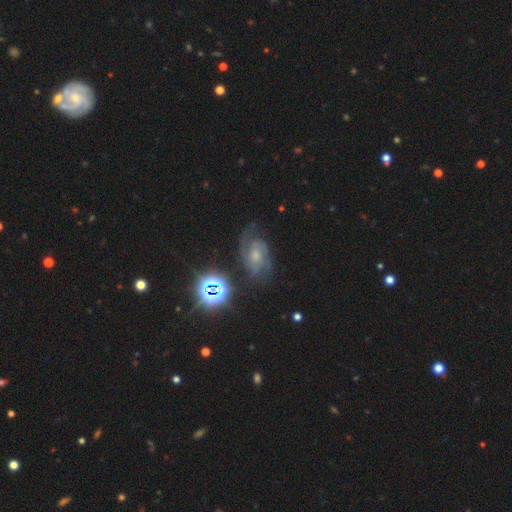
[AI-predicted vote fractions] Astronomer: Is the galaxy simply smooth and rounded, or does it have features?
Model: featured or disk — 71%.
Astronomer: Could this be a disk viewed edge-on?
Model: no — 97%.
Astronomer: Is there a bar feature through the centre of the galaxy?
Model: no — 61%.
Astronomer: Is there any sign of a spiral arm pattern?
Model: yes — 94%.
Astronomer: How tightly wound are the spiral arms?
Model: medium — 48% (runner-up: tight, 36%).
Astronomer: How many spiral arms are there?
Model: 2 — 45% (runner-up: can't tell, 22%).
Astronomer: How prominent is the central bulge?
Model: small — 41%, tied with moderate at 41%.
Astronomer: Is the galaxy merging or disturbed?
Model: none — 64%.